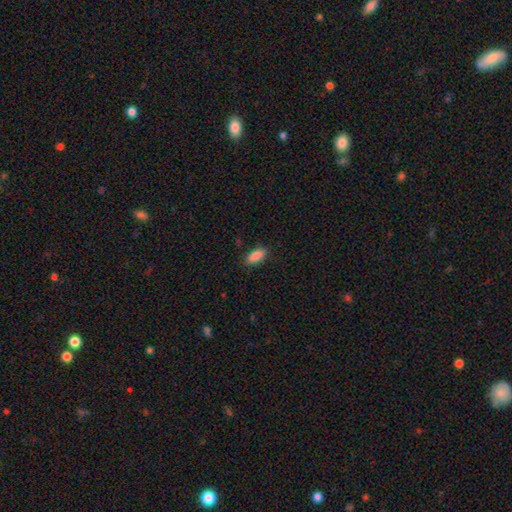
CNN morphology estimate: Q: Smooth or featured?
A: smooth (87%); runner-up: star or artifact (7%)
Q: How rounded?
A: in between (86%); runner-up: cigar-shaped (12%)
Q: Merging?
A: none (86%); runner-up: minor disturbance (11%)